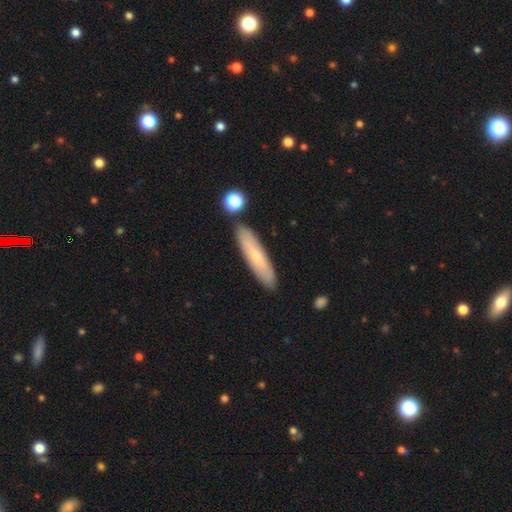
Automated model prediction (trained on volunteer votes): Smooth or featured: smooth — 67% (featured or disk — 27%)
How rounded: cigar-shaped — 79% (in between — 19%)
Merging: none — 85% (minor disturbance — 10%)